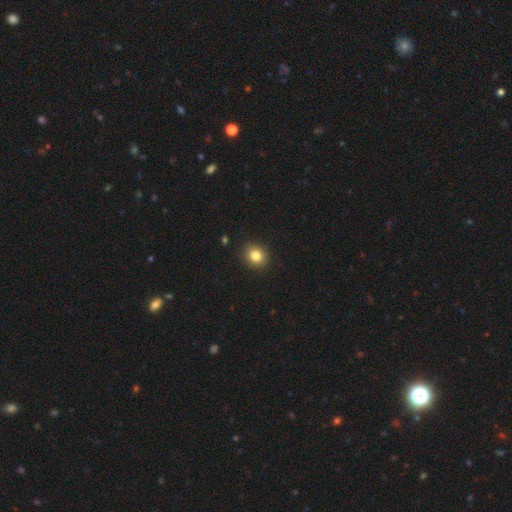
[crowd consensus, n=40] Volunteers were most divided on "how rounded": round: 71%, in between: 29%, cigar-shaped: 0%. More confident: merging — none (97%); smooth or featured — smooth (88%).